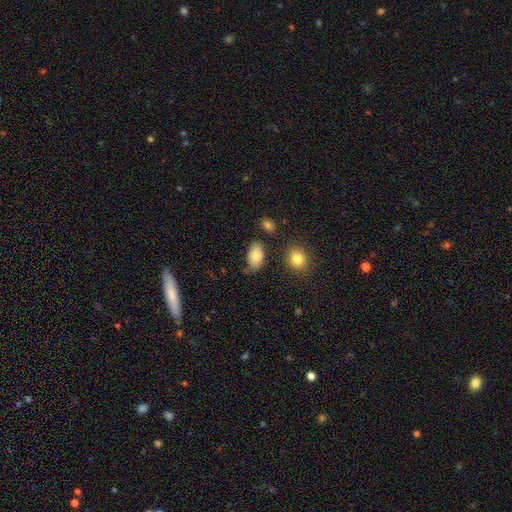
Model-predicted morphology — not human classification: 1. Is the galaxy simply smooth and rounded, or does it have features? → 82% smooth, 10% featured or disk, 8% star or artifact.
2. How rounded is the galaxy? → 92% in between, 6% round, 2% cigar-shaped.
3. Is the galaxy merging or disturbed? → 74% none, 18% minor disturbance, 4% merger, 4% major disturbance.